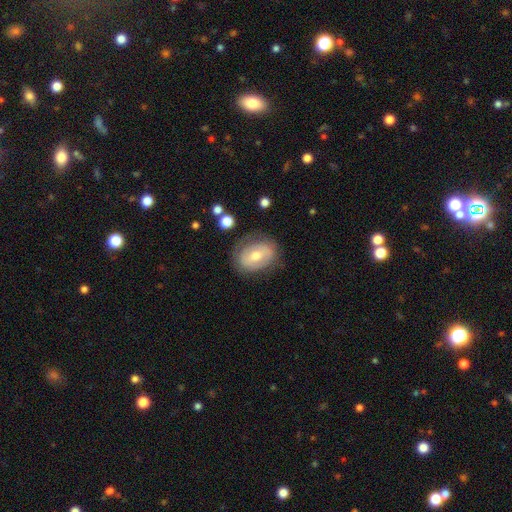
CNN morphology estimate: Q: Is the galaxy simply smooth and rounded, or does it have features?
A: smooth — 49%.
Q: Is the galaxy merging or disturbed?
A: none — 72%.